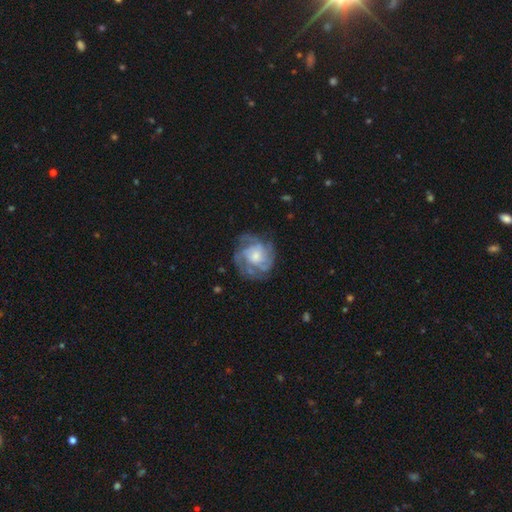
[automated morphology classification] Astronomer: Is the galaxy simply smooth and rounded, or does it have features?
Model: featured or disk — 77%.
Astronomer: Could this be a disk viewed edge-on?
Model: no — 98%.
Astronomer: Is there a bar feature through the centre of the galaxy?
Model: no — 74%.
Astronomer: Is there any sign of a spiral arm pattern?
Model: yes — 92%.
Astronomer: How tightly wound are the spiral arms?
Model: tight — 52% (runner-up: medium, 37%).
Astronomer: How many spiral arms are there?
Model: can't tell — 30% (runner-up: 3, 24%).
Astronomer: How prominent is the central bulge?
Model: moderate — 44% (runner-up: small, 35%).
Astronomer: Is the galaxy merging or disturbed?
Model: none — 69%.